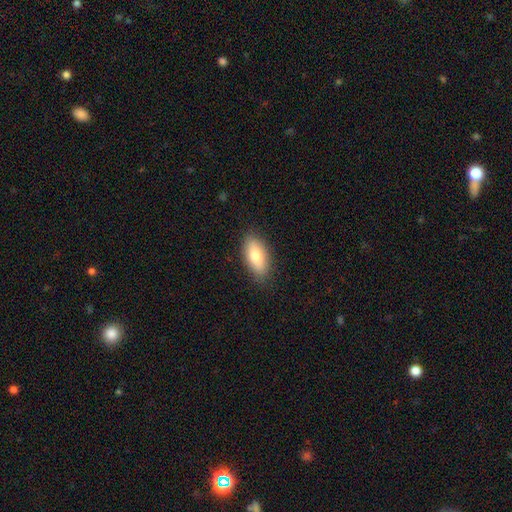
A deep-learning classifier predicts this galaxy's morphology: This is likely a smooth galaxy (77%). How rounded: clearly in between (82%). Merging: clearly none (87%).